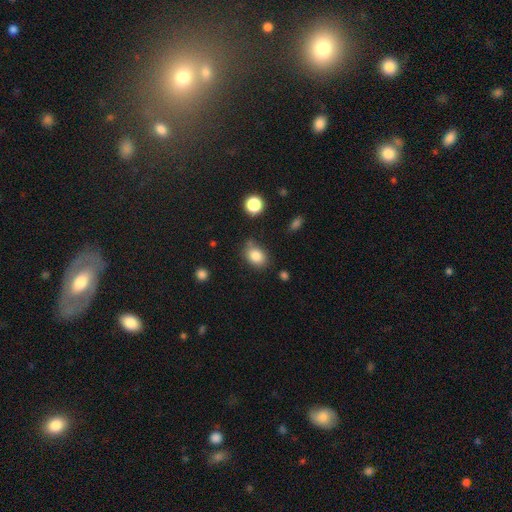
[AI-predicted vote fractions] Morphology: type=smooth (84%); roundness=in between (69%); merging=none (69%).